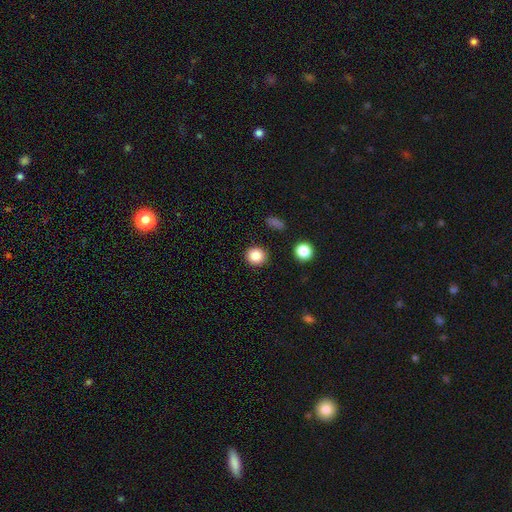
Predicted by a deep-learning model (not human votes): Smooth or featured? smooth (86%)
How rounded? round (90%)
Merging? none (89%)